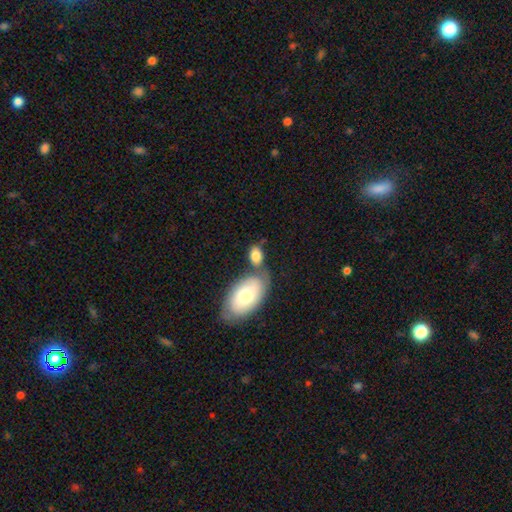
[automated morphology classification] The model was most divided on "merging": none: 45%, merger: 35%, minor disturbance: 15%, major disturbance: 6%. More confident: how rounded — in between (88%); smooth or featured — smooth (79%).